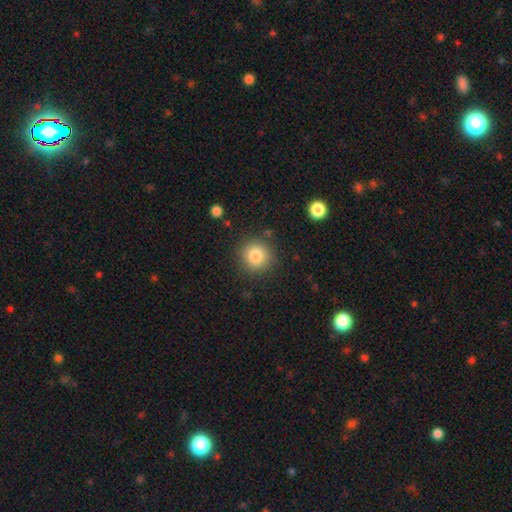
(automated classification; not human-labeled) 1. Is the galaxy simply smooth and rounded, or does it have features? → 83% smooth, 10% star or artifact, 7% featured or disk.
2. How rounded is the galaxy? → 93% round, 6% in between, 1% cigar-shaped.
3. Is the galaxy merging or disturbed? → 86% none, 9% minor disturbance, 3% major disturbance, 2% merger.